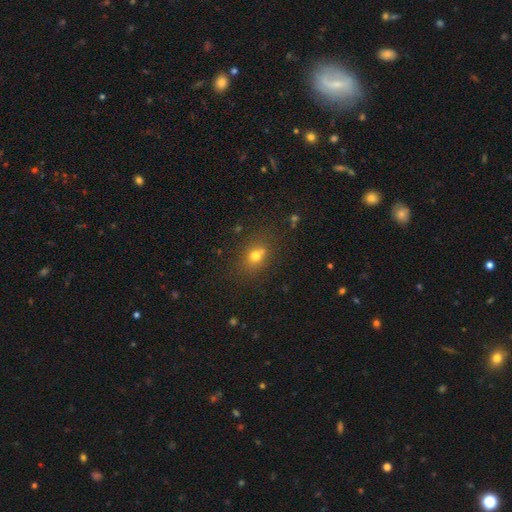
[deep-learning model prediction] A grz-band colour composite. It shows a smooth galaxy with no disk features (69%) that is round (52%). Merging: none (65%).